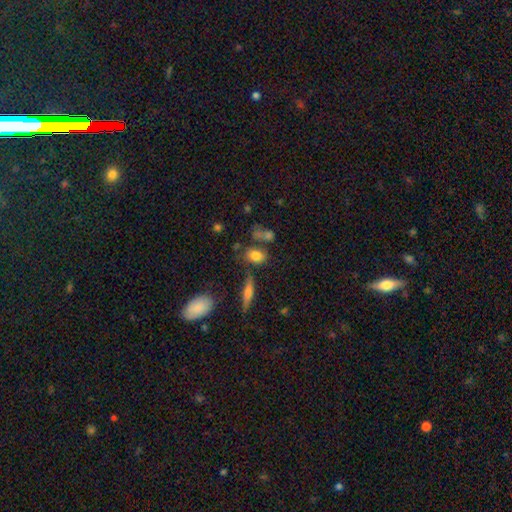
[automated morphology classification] Q: Smooth or featured?
A: smooth (76%); runner-up: featured or disk (13%)
Q: How rounded?
A: in between (69%); runner-up: round (26%)
Q: Merging?
A: none (64%); runner-up: minor disturbance (16%)